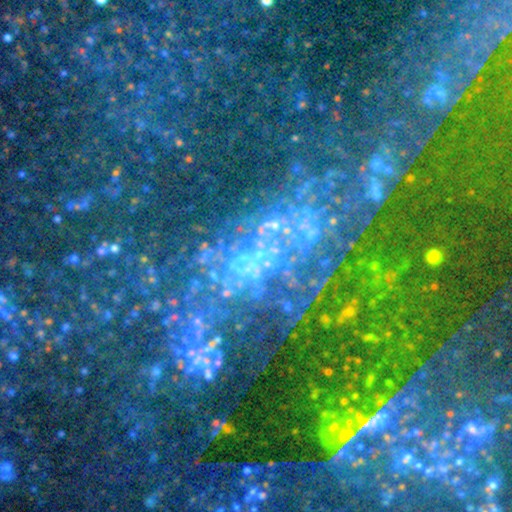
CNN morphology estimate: This appears to be a star or artifact, not a galaxy (48%).